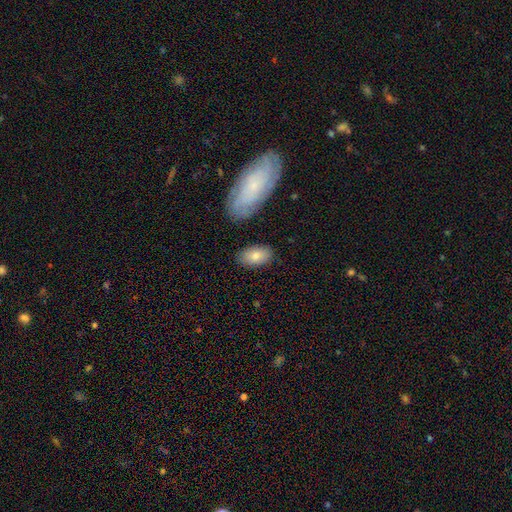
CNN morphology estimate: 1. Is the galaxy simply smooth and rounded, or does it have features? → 75% smooth, 18% featured or disk, 7% star or artifact.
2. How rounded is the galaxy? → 93% in between, 4% round, 3% cigar-shaped.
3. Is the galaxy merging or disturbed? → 81% none, 12% minor disturbance, 4% merger, 3% major disturbance.